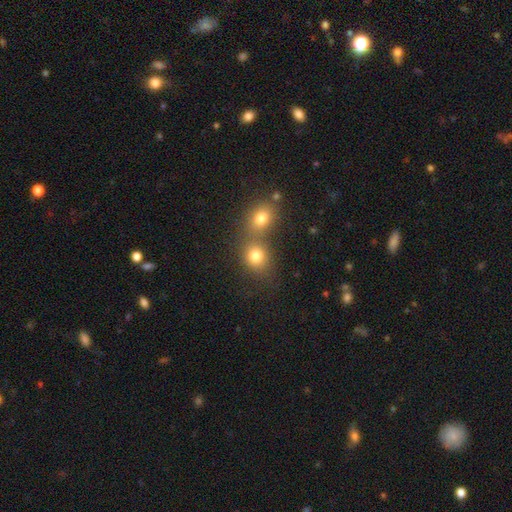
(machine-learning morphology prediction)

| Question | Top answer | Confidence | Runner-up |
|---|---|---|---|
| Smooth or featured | smooth | 78% | star or artifact (13%) |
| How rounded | round | 71% | in between (28%) |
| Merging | merger | 49% | none (41%) |